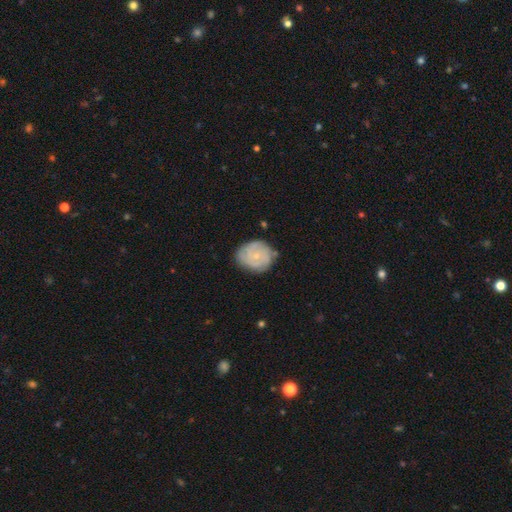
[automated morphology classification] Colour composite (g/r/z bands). It shows a featured or disk galaxy (62%) with no bar (78%), tight (67%) spiral arms (85%) and a small central bulge (72%). Merging: none (72%).